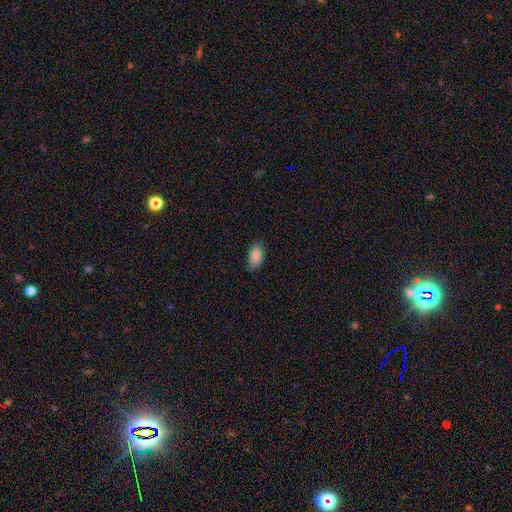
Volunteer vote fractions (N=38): Smooth or featured?
  - smooth: 89% *
  - featured or disk: 8%
  - star or artifact: 3%
How rounded?
  - in between: 97% *
  - round: 3%
  - cigar-shaped: 0%
Merging?
  - none: 78% *
  - minor disturbance: 19%
  - major disturbance: 3%
  - merger: 0%